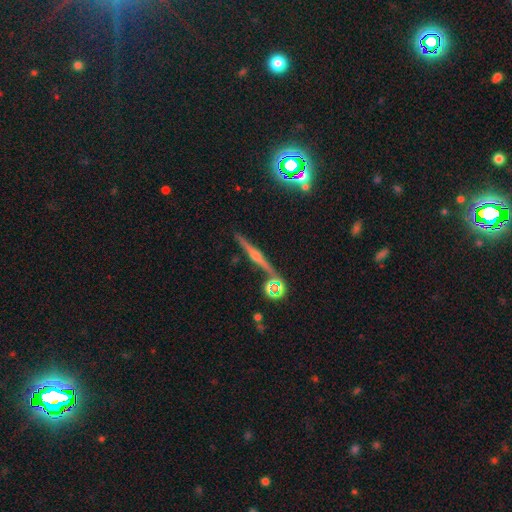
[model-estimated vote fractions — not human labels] Smooth or featured? featured or disk (76%)
Edge-on disk? yes (95%)
Edge-on bulge? rounded (87%)
Merging? none (76%)